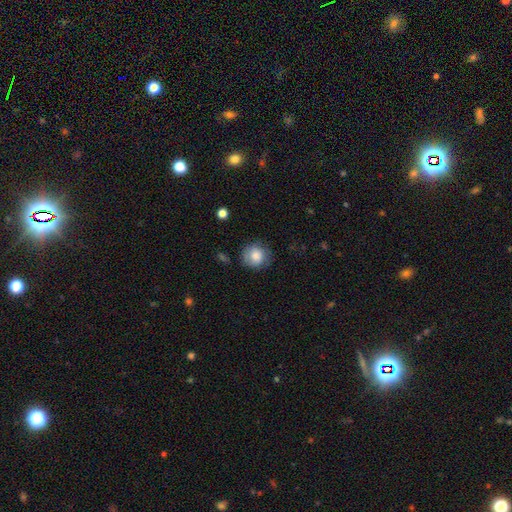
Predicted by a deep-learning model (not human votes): This is likely a smooth galaxy (79%). How rounded: clearly round (87%). Merging: likely none (73%).